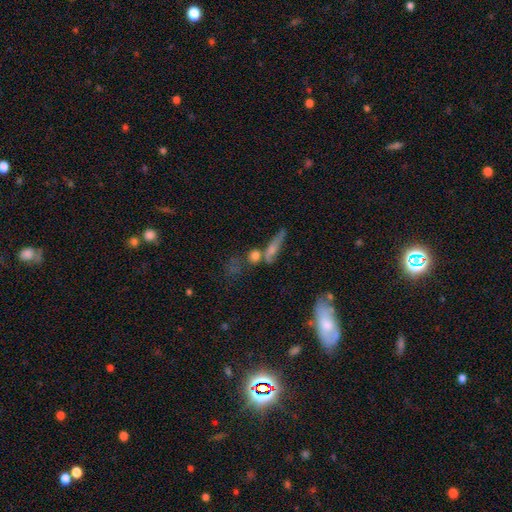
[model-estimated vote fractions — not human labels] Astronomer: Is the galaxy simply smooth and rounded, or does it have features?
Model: smooth — 60%.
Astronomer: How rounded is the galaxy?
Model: round — 39% (runner-up: cigar-shaped, 35%).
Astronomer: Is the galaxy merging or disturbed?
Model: none — 47% (runner-up: merger, 32%).